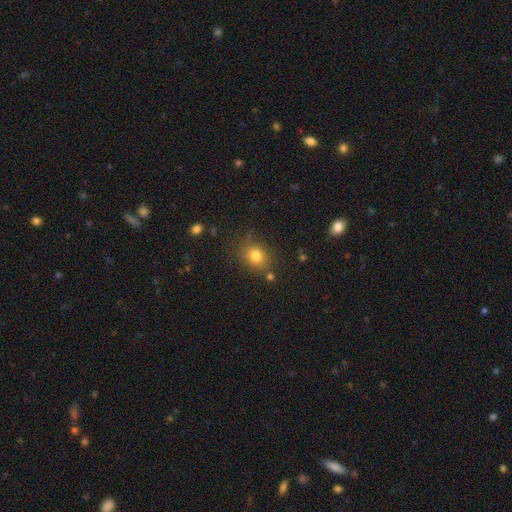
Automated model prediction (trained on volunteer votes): This appears to be a smooth galaxy with no disk features (79%) that is round (59%). Merging: none (76%).